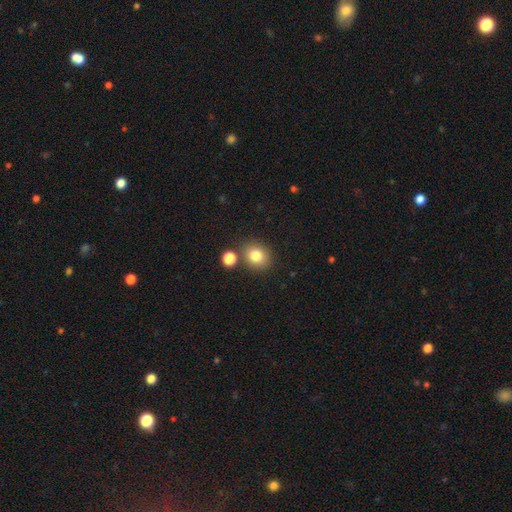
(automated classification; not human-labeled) Smooth or featured? Predicted: smooth (p=0.82). How rounded? Predicted: round (p=0.71). Merging? Predicted: none (p=0.77).